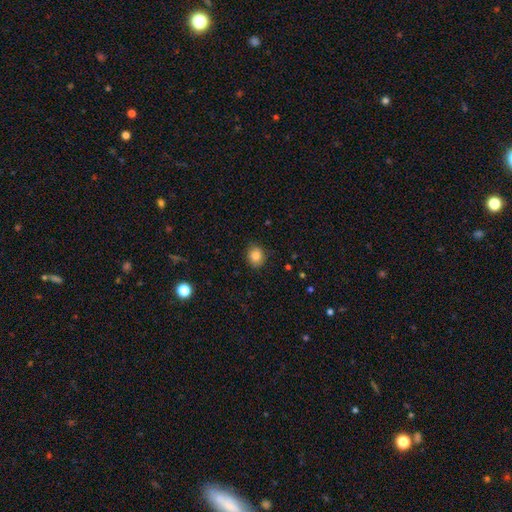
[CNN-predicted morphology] smooth 85%, star or artifact 10%, featured or disk 6%. Down the decision tree: how rounded — round (68%); merging — none (84%).